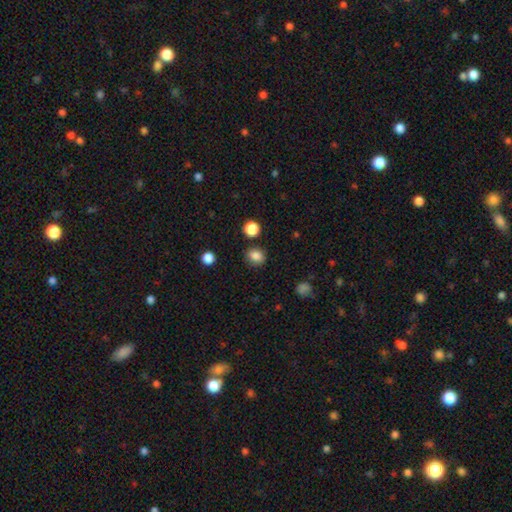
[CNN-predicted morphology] The model was most divided on "how rounded": round: 61%, in between: 38%, cigar-shaped: 1%. More confident: smooth or featured — smooth (84%); merging — none (83%).